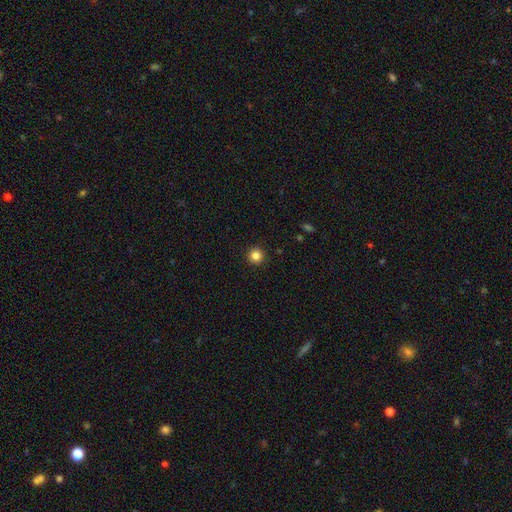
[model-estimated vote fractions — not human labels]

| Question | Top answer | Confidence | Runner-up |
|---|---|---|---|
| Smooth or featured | smooth | 84% | star or artifact (12%) |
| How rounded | round | 96% | in between (3%) |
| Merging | none | 93% | minor disturbance (4%) |